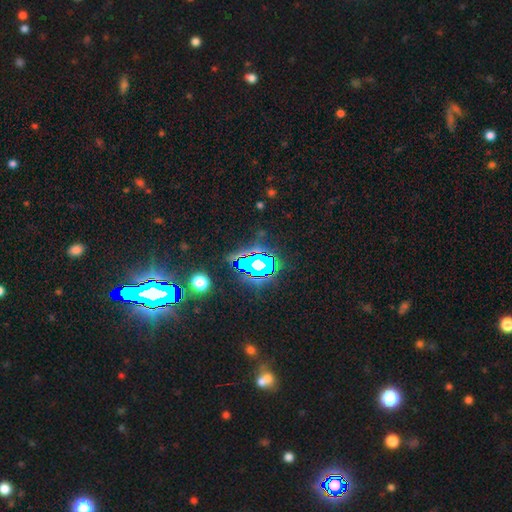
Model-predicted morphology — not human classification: Q: Smooth or featured?
A: star or artifact (82%); runner-up: smooth (10%)